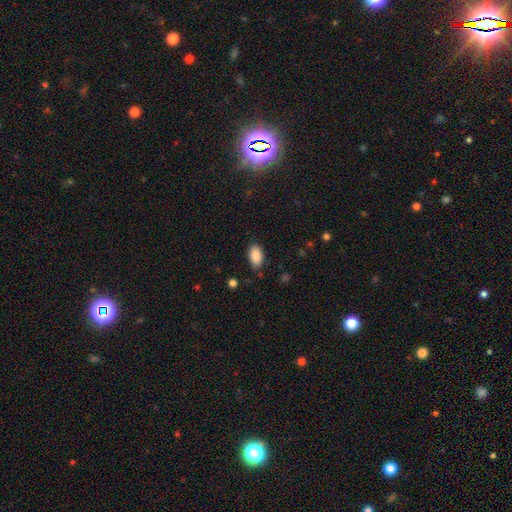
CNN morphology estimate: Smooth or featured: smooth — 89% (star or artifact — 7%)
How rounded: in between — 93% (round — 4%)
Merging: none — 81% (minor disturbance — 14%)